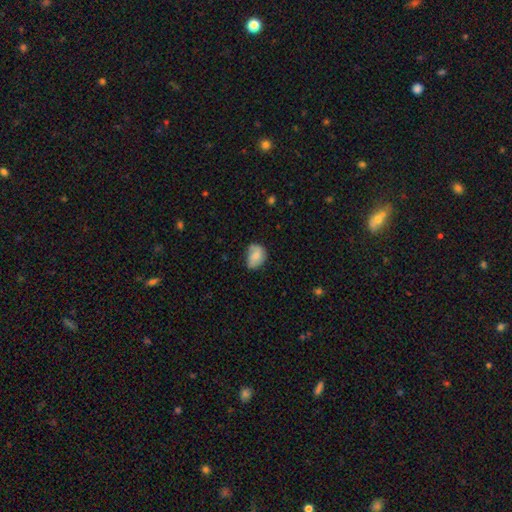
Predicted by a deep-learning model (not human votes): The model was most divided on "merging": none: 47%, minor disturbance: 38%, major disturbance: 13%, merger: 3%. More confident: smooth or featured — smooth (67%); how rounded — in between (62%).